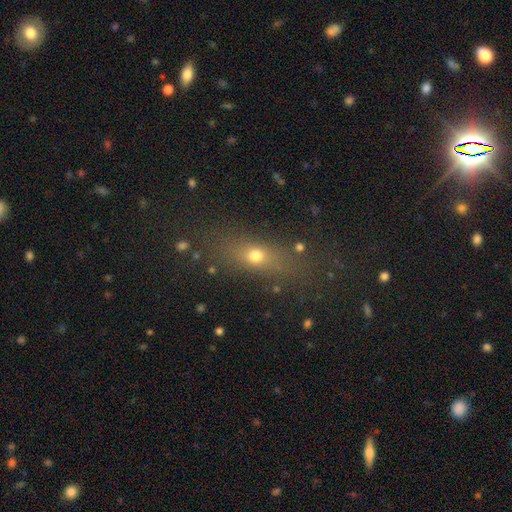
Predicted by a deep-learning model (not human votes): Smooth or featured? Predicted: smooth (p=0.62). How rounded? Predicted: in between (p=0.46). Merging? Predicted: none (p=0.75).